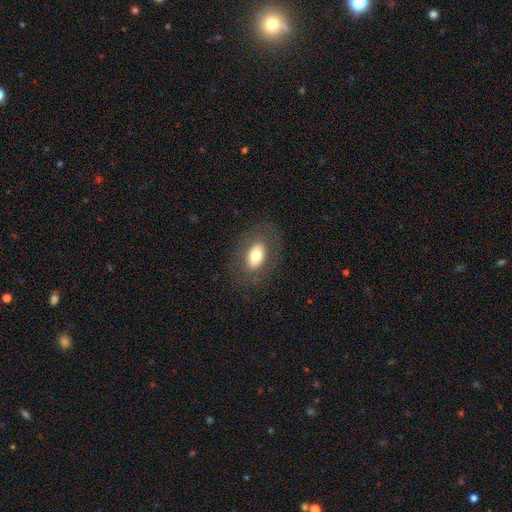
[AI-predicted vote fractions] This appears to be a smooth galaxy with no disk features (66%) that is in between round and cigar-shaped (87%). Merging: none (81%).